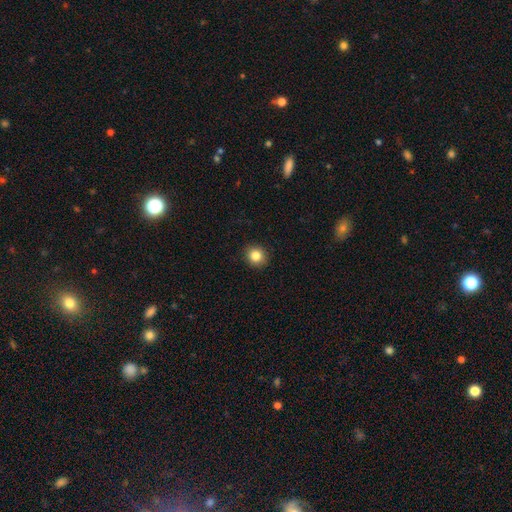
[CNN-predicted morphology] The model was most divided on "how rounded": round: 85%, in between: 14%, cigar-shaped: 1%. More confident: merging — none (91%); smooth or featured — smooth (84%).